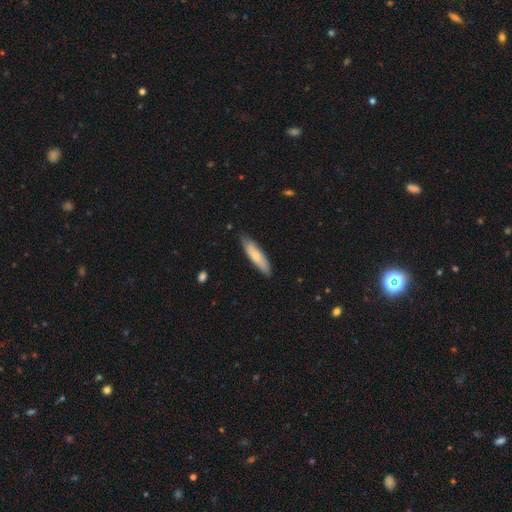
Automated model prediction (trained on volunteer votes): The model was most divided on "how rounded": cigar-shaped: 72%, in between: 27%, round: 1%. More confident: merging — none (79%); smooth or featured — smooth (73%).